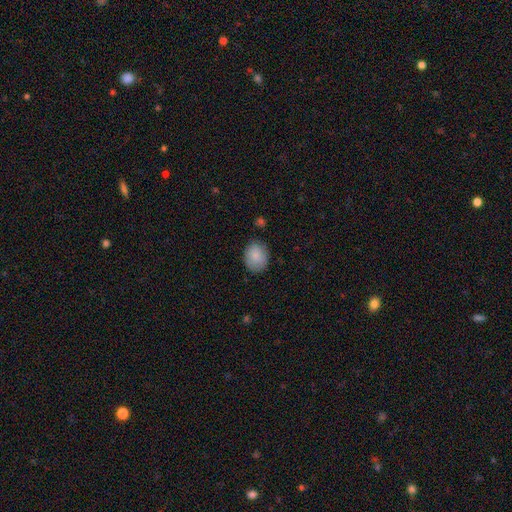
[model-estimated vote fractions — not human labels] Overall: smooth (86%). How rounded: round (51%; in between 48%). Merging: none (80%).